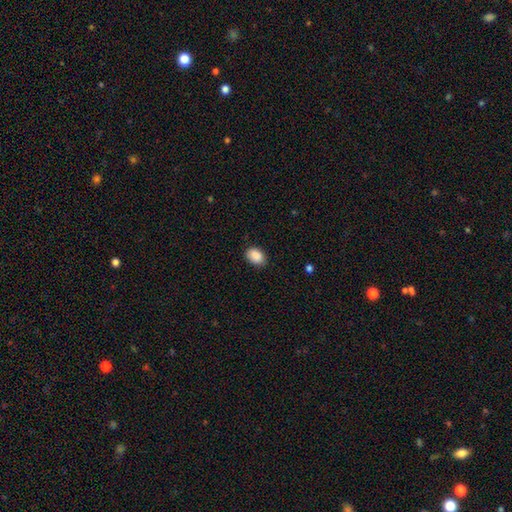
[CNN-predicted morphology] A smooth galaxy with no disk features (90%) that is in between round and cigar-shaped (81%).

Vote fractions:
- Smooth or featured? smooth: 90% / star or artifact: 7% / featured or disk: 3%
- How rounded? in between: 81% / round: 18% / cigar-shaped: 1%
- Merging? none: 85% / minor disturbance: 12% / major disturbance: 2% / merger: 1%